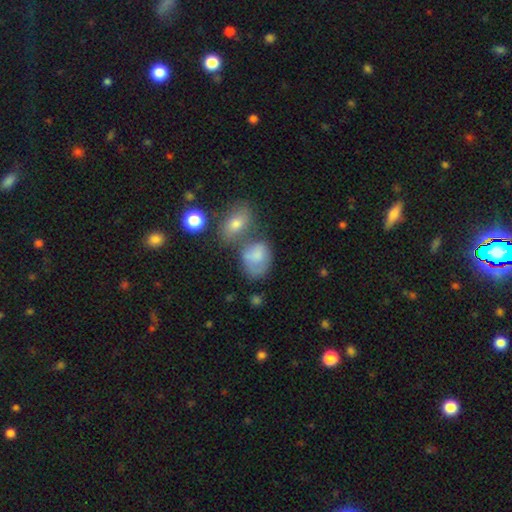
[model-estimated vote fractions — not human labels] This appears to be a smooth galaxy with no disk features (73%) that is in between round and cigar-shaped (65%). Merging: none (35%).